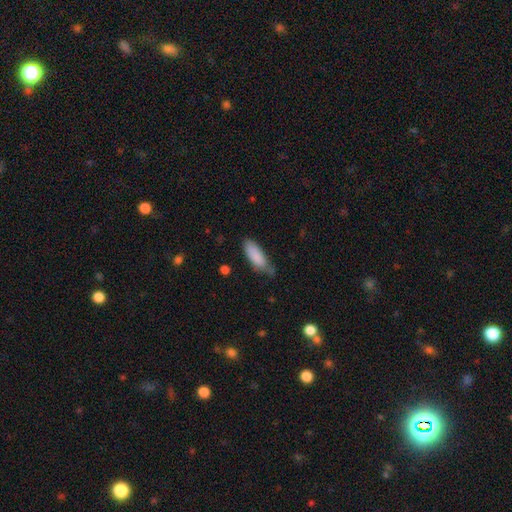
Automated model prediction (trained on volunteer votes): Smooth or featured? smooth (87%)
How rounded? in between (71%)
Merging? none (58%)